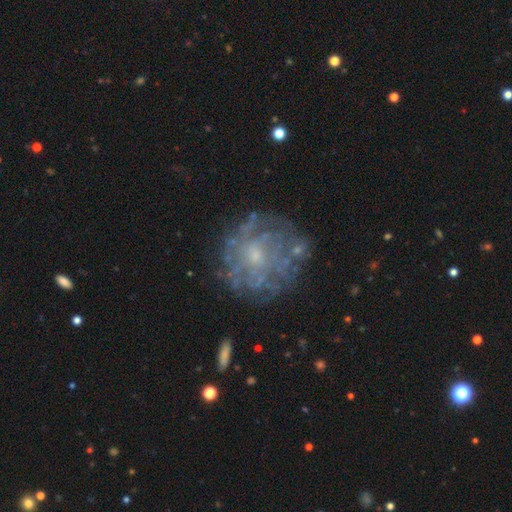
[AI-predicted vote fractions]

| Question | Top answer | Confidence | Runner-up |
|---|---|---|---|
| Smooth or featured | featured or disk | 67% | smooth (22%) |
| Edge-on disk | no | 97% | yes (3%) |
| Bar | no | 81% | weak (15%) |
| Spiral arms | no | 53% | yes (47%) |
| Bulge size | small | 64% | moderate (26%) |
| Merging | none | 71% | minor disturbance (16%) |